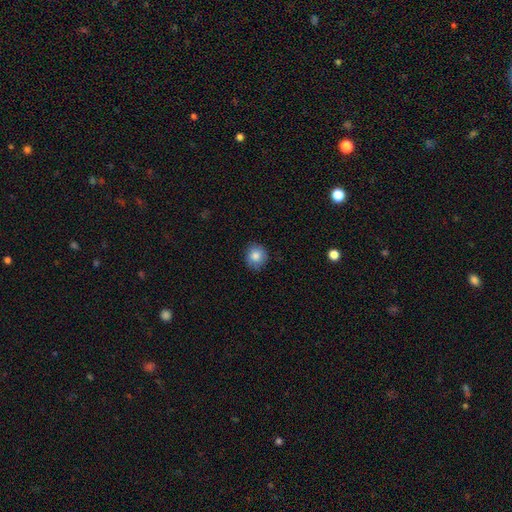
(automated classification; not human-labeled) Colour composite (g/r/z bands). It shows a smooth galaxy with no disk features (84%) that is round (88%). Merging: none (85%).